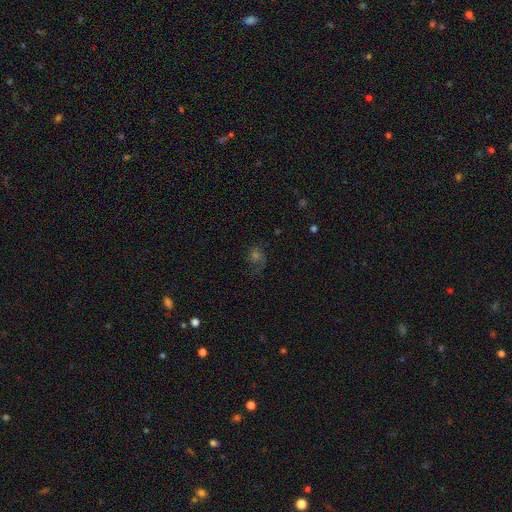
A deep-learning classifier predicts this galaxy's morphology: A featured or disk galaxy (44%).

Vote fractions:
- Smooth or featured? featured or disk: 44% / smooth: 31% / star or artifact: 25%
- Merging? none: 61% / major disturbance: 19% / minor disturbance: 18% / merger: 2%